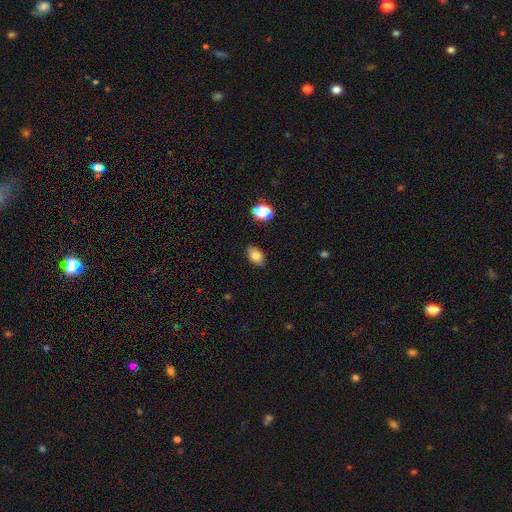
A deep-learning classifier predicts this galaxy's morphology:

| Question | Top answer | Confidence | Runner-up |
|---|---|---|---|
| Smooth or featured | smooth | 85% | star or artifact (9%) |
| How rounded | in between | 86% | round (13%) |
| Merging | none | 82% | minor disturbance (13%) |